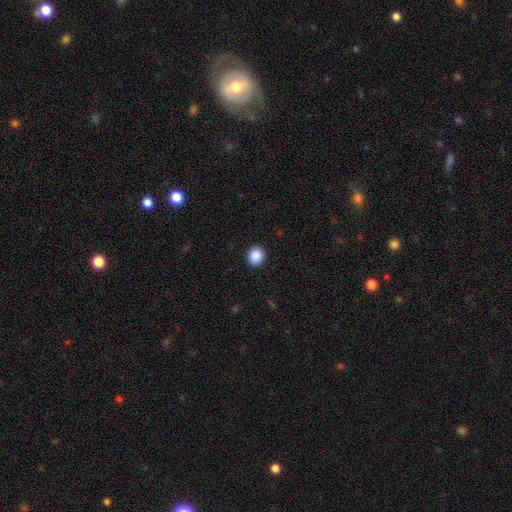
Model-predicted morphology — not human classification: smooth-or-featured: smooth: 89% | star or artifact: 8% | featured or disk: 3%
  how-rounded: round: 78% | in between: 21% | cigar-shaped: 1%
  merging: none: 92% | minor disturbance: 6% | major disturbance: 2% | merger: 1%